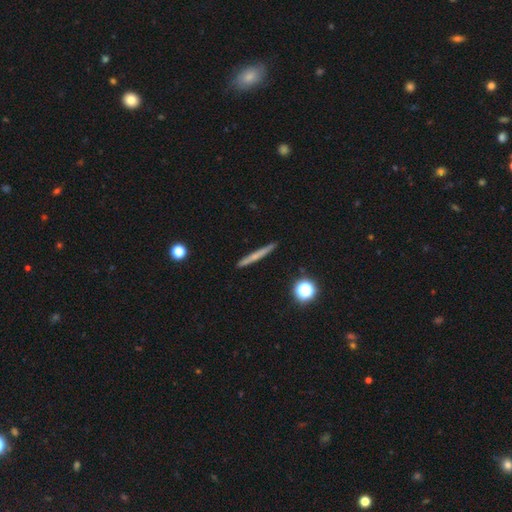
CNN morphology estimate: Smooth or featured: smooth — 51% (featured or disk — 41%)
How rounded: cigar-shaped — 93% (round — 4%)
Merging: none — 91% (minor disturbance — 7%)